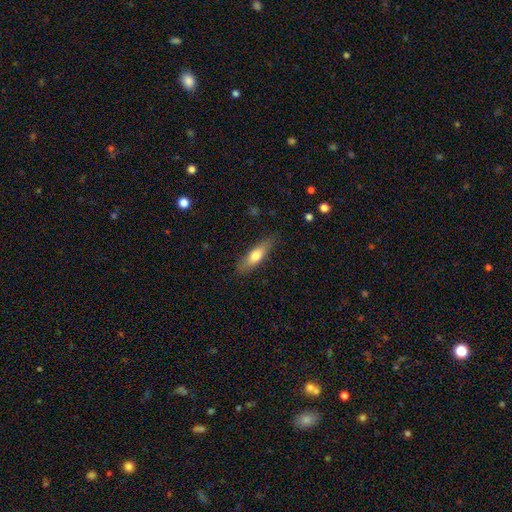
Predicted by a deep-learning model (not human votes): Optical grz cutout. It shows a smooth galaxy with no disk features (69%) that is cigar-shaped (50%). Merging: none (79%).